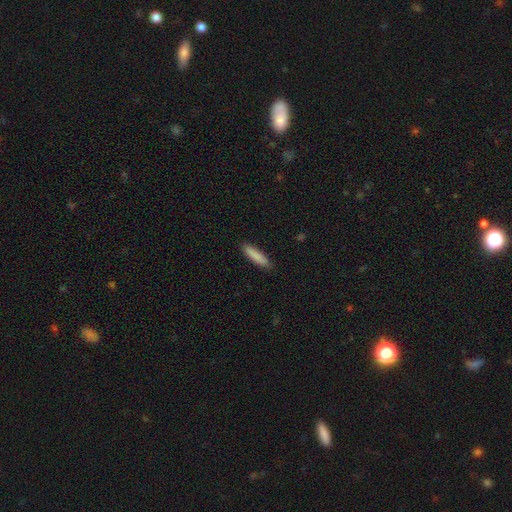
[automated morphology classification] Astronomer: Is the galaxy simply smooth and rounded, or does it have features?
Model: smooth — 87%.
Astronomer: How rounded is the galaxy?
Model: cigar-shaped — 81%.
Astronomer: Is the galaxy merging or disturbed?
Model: none — 89%.